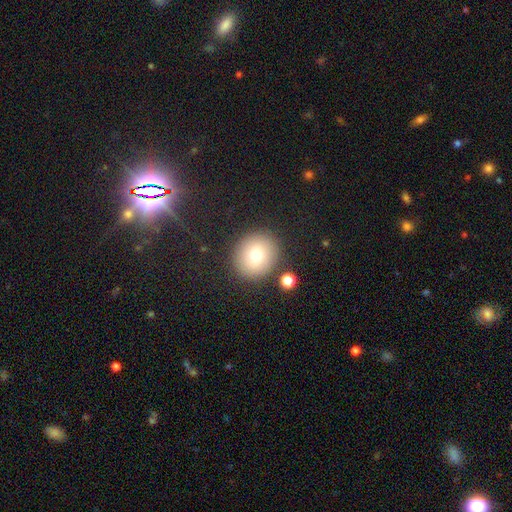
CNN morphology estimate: This is likely a smooth galaxy (75%). How rounded: clearly round (85%). Merging: clearly none (86%).